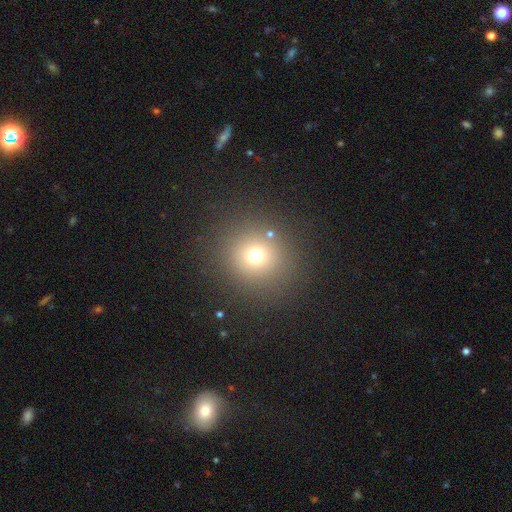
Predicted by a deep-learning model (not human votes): This appears to be a smooth galaxy with no disk features (70%) that is round (89%). Merging: none (86%).